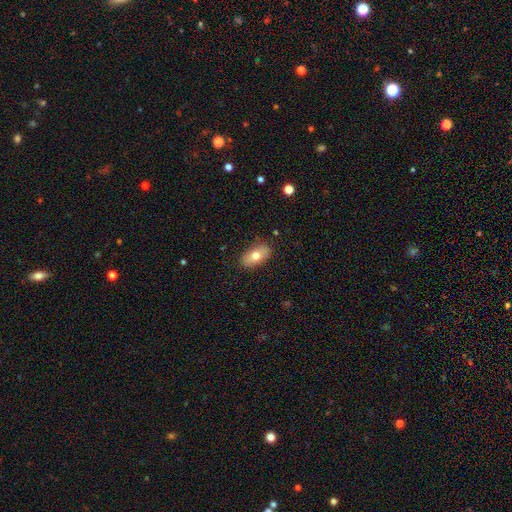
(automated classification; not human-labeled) Smooth or featured: smooth — 73% (featured or disk — 20%)
How rounded: in between — 91% (round — 5%)
Merging: none — 85% (minor disturbance — 11%)